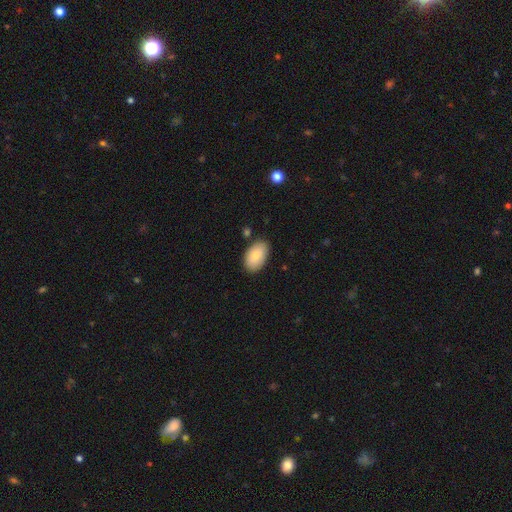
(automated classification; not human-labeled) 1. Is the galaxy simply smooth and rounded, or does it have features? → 83% smooth, 11% featured or disk, 6% star or artifact.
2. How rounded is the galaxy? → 93% in between, 5% round, 1% cigar-shaped.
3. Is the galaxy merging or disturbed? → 82% none, 13% minor disturbance, 3% major disturbance, 3% merger.